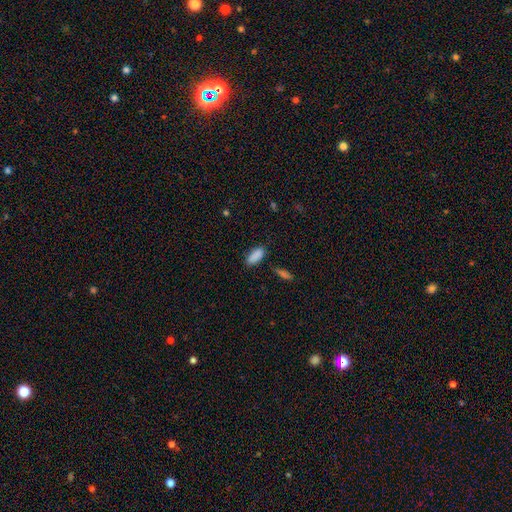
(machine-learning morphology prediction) This appears to be a smooth galaxy with no disk features (88%) that is in between round and cigar-shaped (83%). Merging: none (78%).